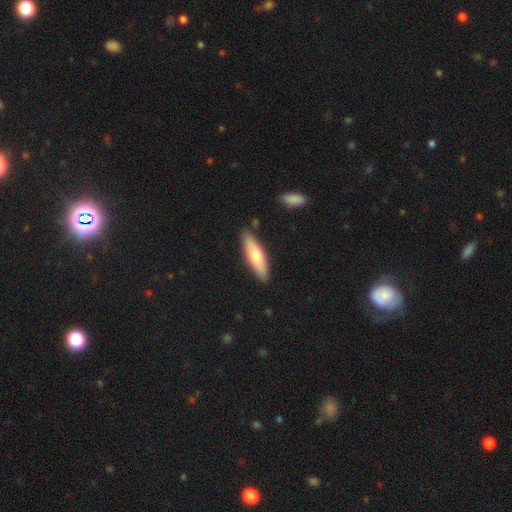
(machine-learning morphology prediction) Smooth or featured: smooth — 63% (featured or disk — 32%)
How rounded: cigar-shaped — 63% (in between — 35%)
Merging: none — 87% (minor disturbance — 9%)